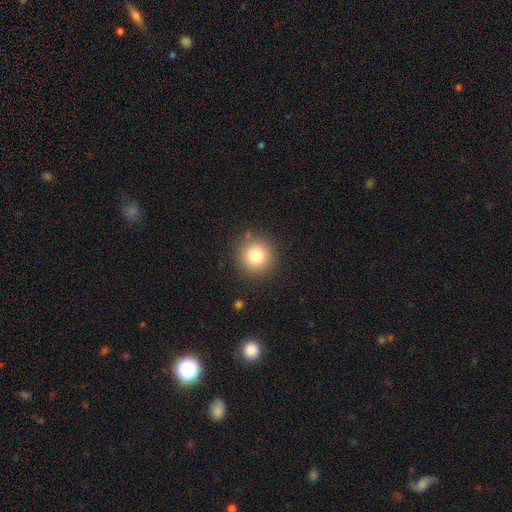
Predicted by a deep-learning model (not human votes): smooth-or-featured: smooth: 80% | star or artifact: 12% | featured or disk: 9%
  how-rounded: round: 94% | in between: 5% | cigar-shaped: 1%
  merging: none: 88% | minor disturbance: 8% | major disturbance: 3% | merger: 2%